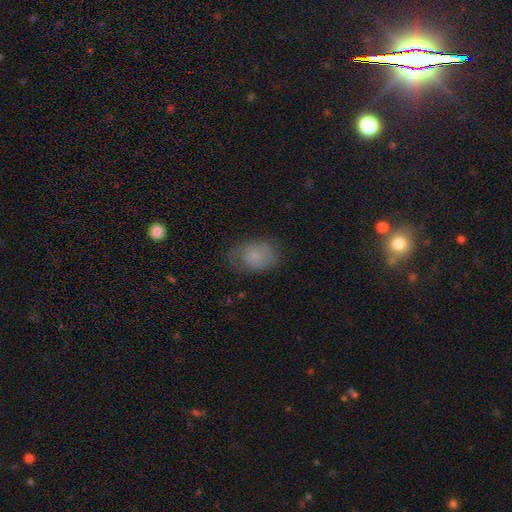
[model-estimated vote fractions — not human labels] A smooth galaxy with no disk features (69%) that is in between round and cigar-shaped (70%).

Vote fractions:
- Smooth or featured? smooth: 69% / featured or disk: 20% / star or artifact: 10%
- How rounded? in between: 70% / round: 29% / cigar-shaped: 1%
- Merging? none: 61% / minor disturbance: 27% / major disturbance: 11% / merger: 1%